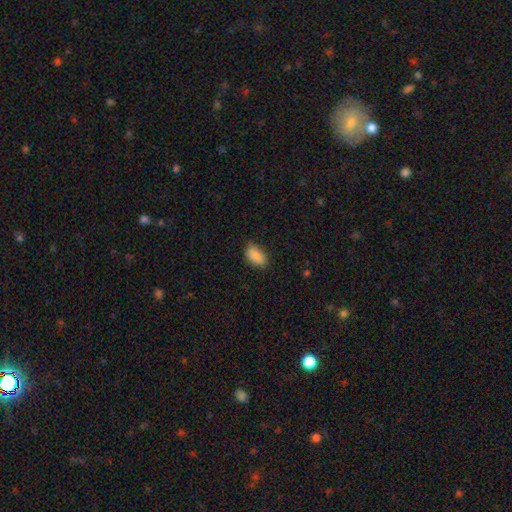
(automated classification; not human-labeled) smooth_or_featured: smooth (p=0.89) [alt: star or artifact p=0.07]
how_rounded: in between (p=0.92) [alt: round p=0.04]
merging: none (p=0.80) [alt: minor disturbance p=0.16]